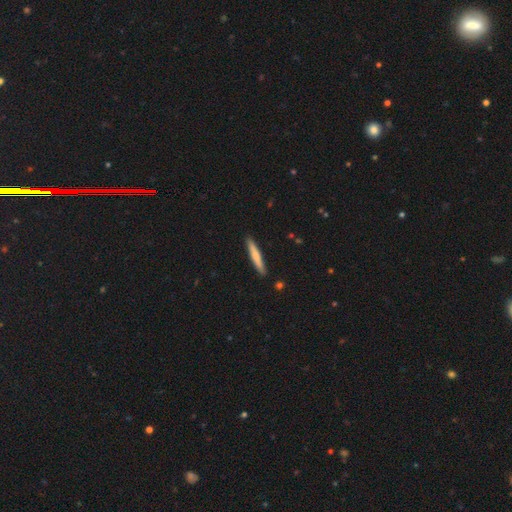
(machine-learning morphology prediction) type=smooth (65%); roundness=cigar-shaped (94%); merging=none (90%).